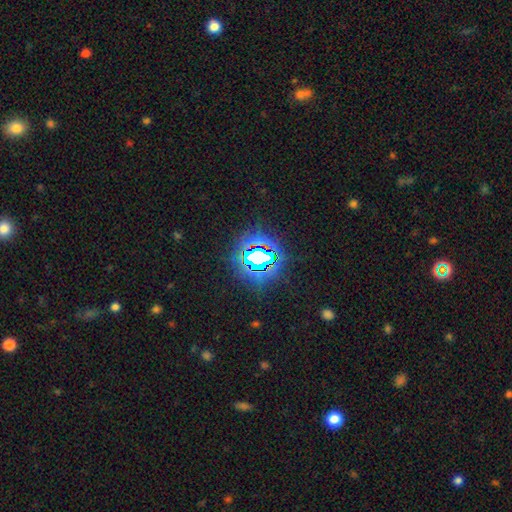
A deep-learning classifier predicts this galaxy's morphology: star or artifact 74%, smooth 14%, featured or disk 11%.